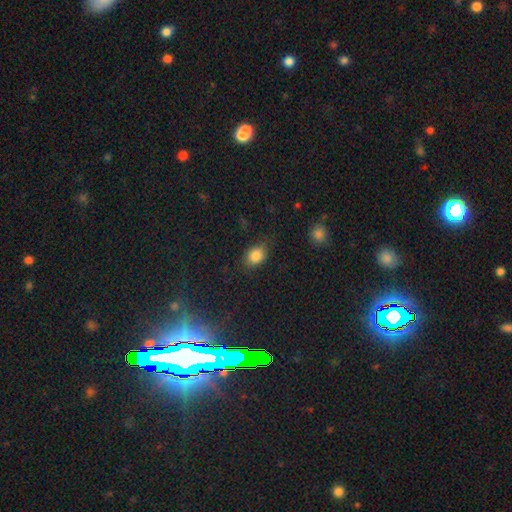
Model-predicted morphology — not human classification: smooth_or_featured: smooth (p=0.84) [alt: star or artifact p=0.10]
how_rounded: in between (p=0.63) [alt: round p=0.36]
merging: none (p=0.75) [alt: minor disturbance p=0.18]